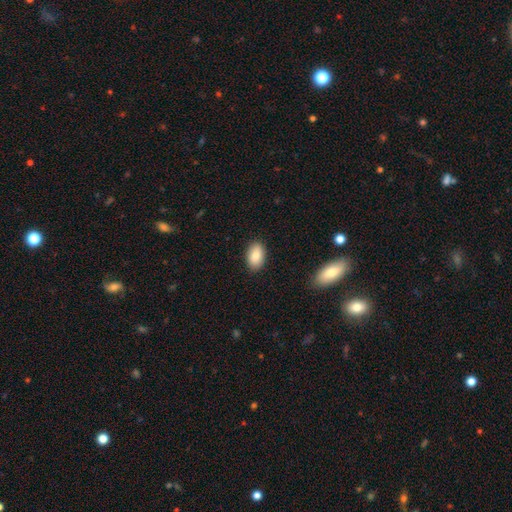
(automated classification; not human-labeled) Overall: smooth (87%). How rounded: in between (91%). Merging: none (89%).